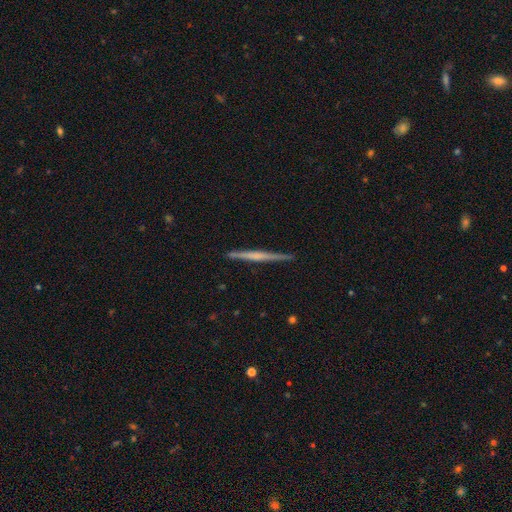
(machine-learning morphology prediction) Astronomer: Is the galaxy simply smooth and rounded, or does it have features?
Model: featured or disk — 68%.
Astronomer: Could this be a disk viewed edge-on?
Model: yes — 98%.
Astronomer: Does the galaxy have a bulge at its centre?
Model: none — 46% (runner-up: rounded, 38%).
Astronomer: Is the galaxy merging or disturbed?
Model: none — 91%.